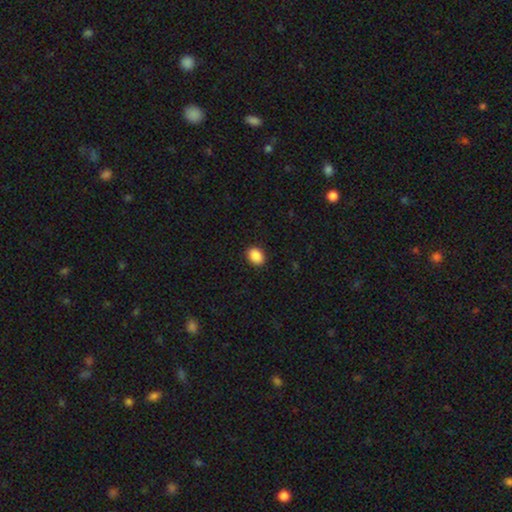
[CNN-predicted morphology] Smooth or featured? smooth (90%)
How rounded? in between (67%)
Merging? none (90%)